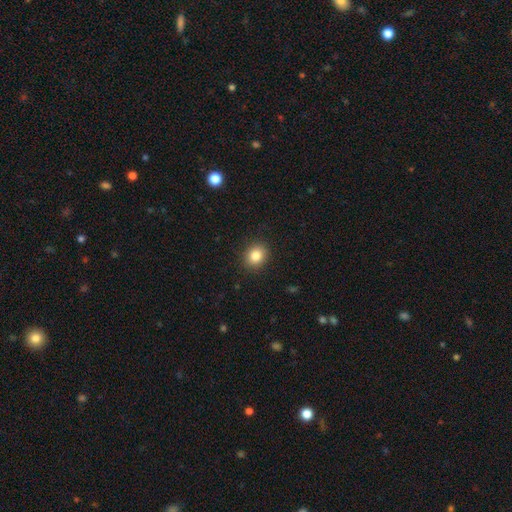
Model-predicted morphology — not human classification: Smooth or featured: smooth — 84% (star or artifact — 10%)
How rounded: round — 68% (in between — 31%)
Merging: none — 90% (minor disturbance — 7%)